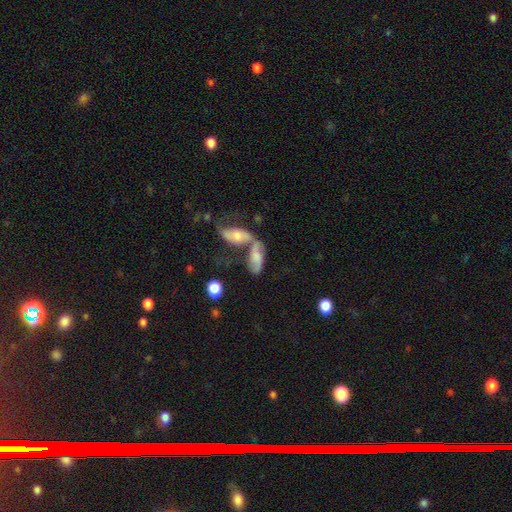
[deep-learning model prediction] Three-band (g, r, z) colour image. It shows a featured or disk galaxy (50%). Merging: merger (58%).